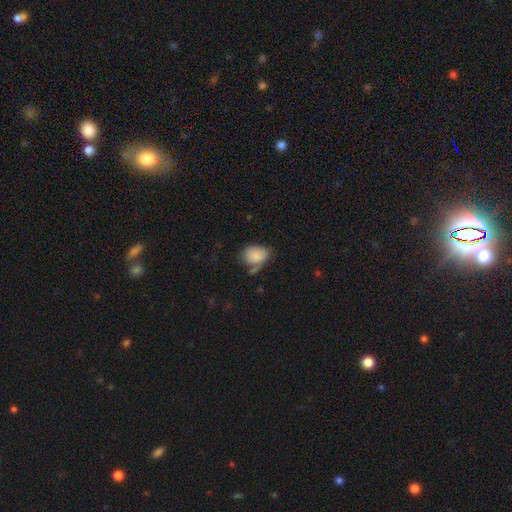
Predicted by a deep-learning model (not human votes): smooth_or_featured: smooth (p=0.85) [alt: star or artifact p=0.08]
how_rounded: in between (p=0.74) [alt: round p=0.25]
merging: none (p=0.51) [alt: minor disturbance p=0.27]